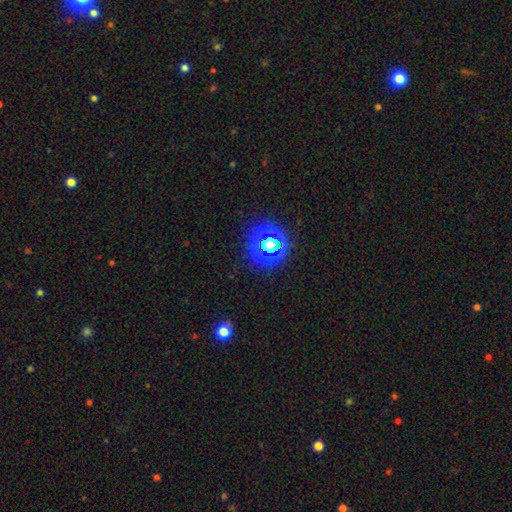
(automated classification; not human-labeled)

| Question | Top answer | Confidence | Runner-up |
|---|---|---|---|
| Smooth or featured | star or artifact | 62% | smooth (31%) |